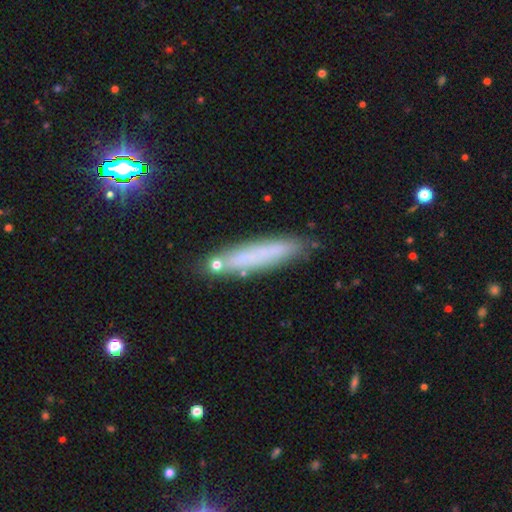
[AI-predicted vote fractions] smooth 61%, featured or disk 26%, star or artifact 13%. Down the decision tree: how rounded — cigar-shaped (87%); merging — none (78%).